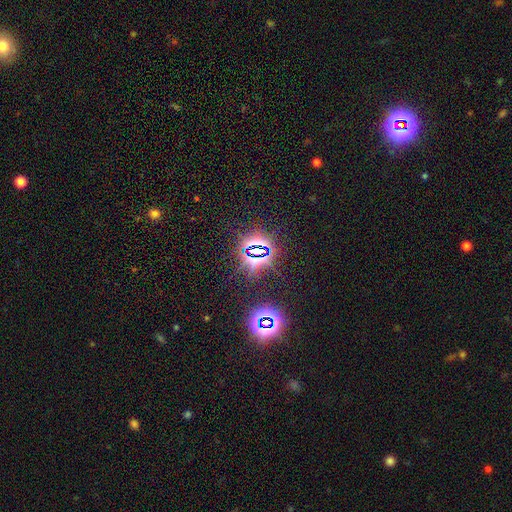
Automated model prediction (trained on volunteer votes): star or artifact 82%, smooth 10%, featured or disk 8%.